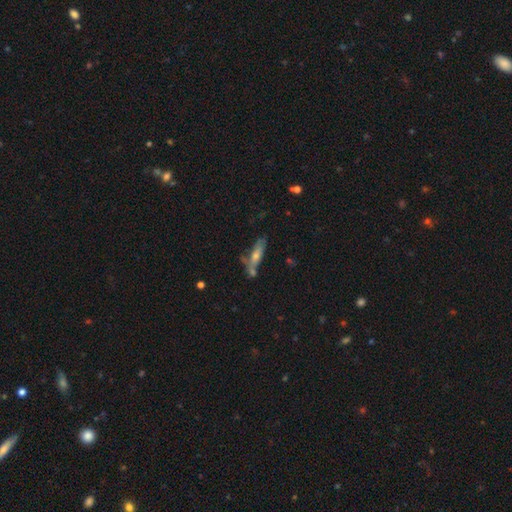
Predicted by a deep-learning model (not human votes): This is possibly a featured or disk galaxy (47%). Merging: possibly none (53%).